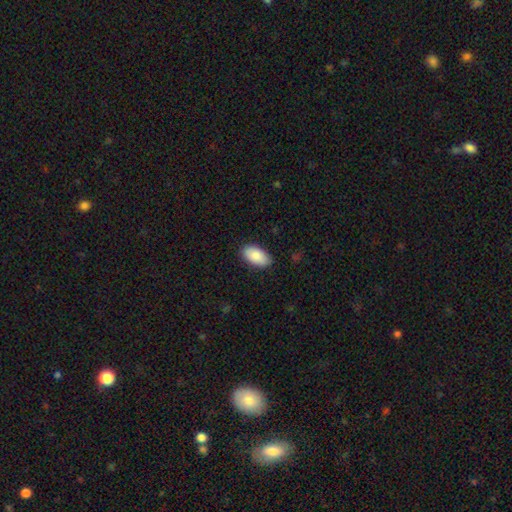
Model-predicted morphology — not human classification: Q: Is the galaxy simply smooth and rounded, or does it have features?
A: smooth — 89%.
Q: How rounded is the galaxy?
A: in between — 95%.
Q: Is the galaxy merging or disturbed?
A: none — 85%.